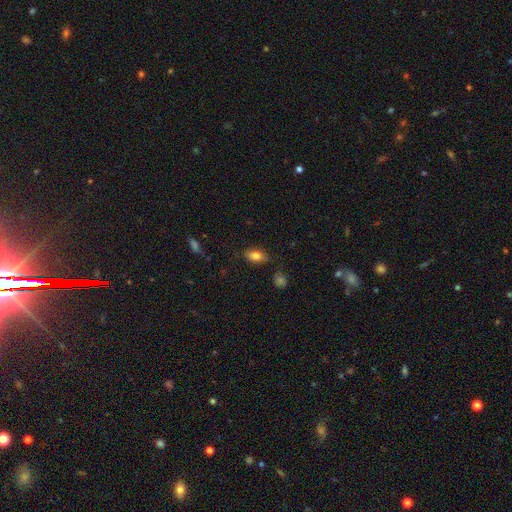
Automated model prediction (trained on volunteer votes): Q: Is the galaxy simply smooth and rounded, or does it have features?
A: smooth — 81%.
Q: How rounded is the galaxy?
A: in between — 87%.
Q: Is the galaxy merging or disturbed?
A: none — 76%.